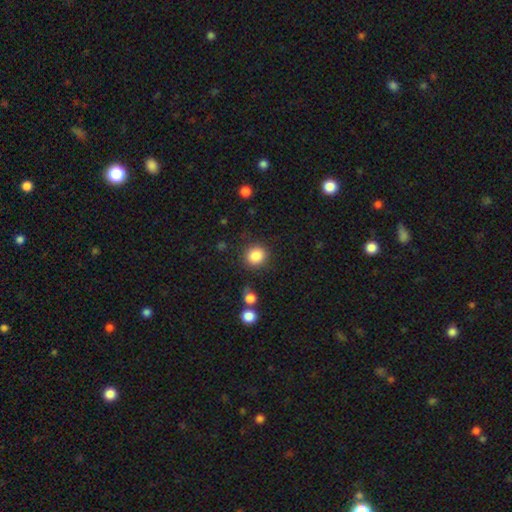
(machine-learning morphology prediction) smooth_or_featured: smooth (p=0.86) [alt: star or artifact p=0.10]
how_rounded: round (p=0.87) [alt: in between p=0.12]
merging: none (p=0.86) [alt: minor disturbance p=0.08]